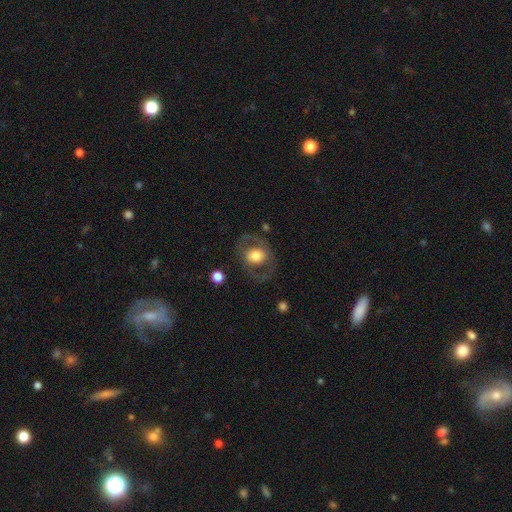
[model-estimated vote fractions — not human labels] Morphology: type=smooth (47%); merging=none (71%).